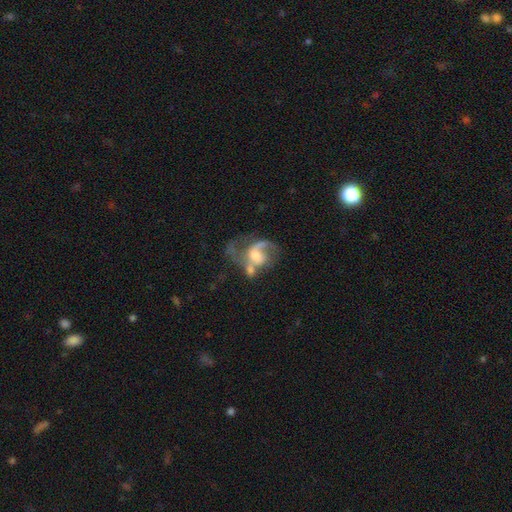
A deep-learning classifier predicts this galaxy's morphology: The model was most divided on "spiral winding": medium: 44%, loose: 42%, tight: 14%. Remaining: edge-on disk — no (97%); spiral arms — yes (86%); smooth or featured — featured or disk (76%); bar — no (53%); bulge size — moderate (50%); spiral arm count — 2 (49%); merging — major disturbance (31%).